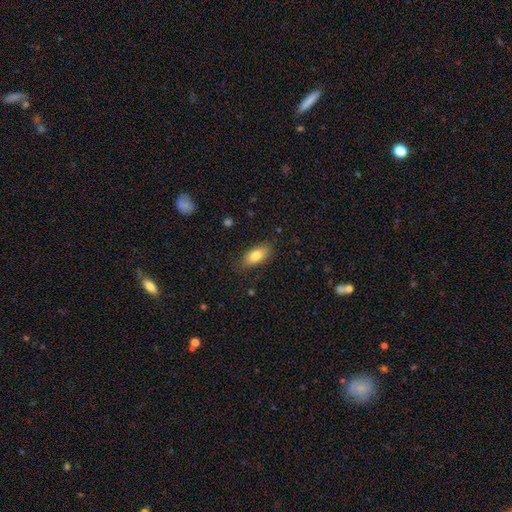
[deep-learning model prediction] smooth 81%, featured or disk 12%, star or artifact 7%. Down the decision tree: how rounded — in between (88%); merging — none (82%).